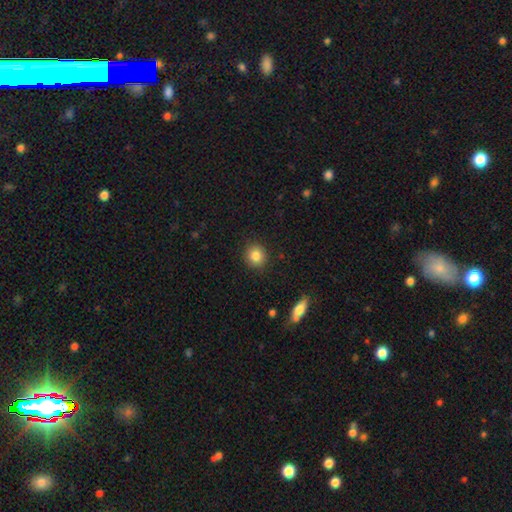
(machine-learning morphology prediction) A smooth galaxy with no disk features (84%) that is round (85%). Merging: none (90%).